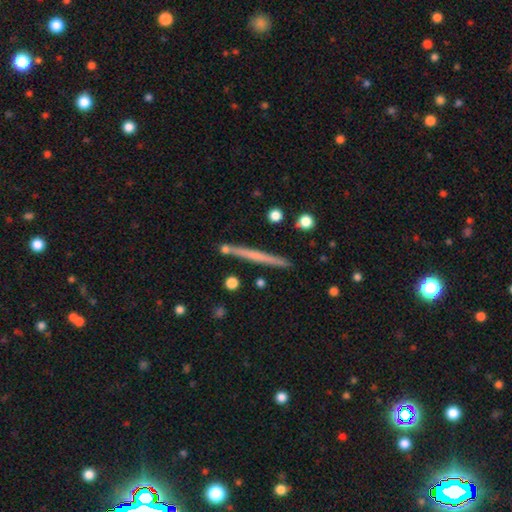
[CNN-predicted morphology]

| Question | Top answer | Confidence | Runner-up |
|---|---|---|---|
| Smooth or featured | smooth | 47% | featured or disk (46%) |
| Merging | none | 88% | minor disturbance (7%) |